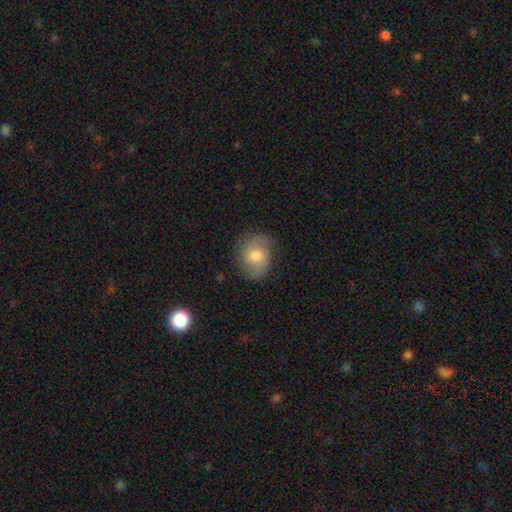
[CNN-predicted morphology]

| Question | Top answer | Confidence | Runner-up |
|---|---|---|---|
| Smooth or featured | smooth | 47% | featured or disk (45%) |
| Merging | none | 74% | minor disturbance (19%) |